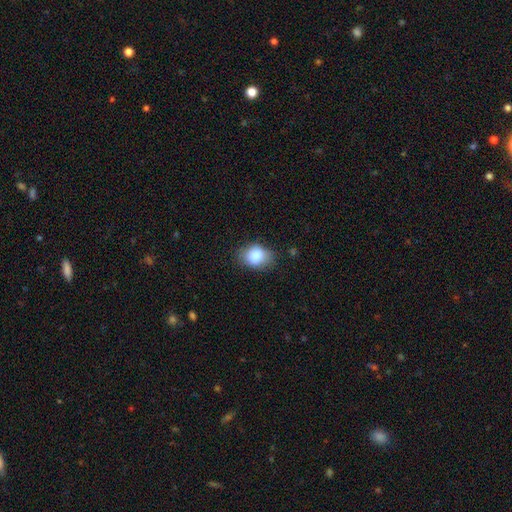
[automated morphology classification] A smooth galaxy with no disk features (84%) that is in between round and cigar-shaped (65%). Merging: none (72%).